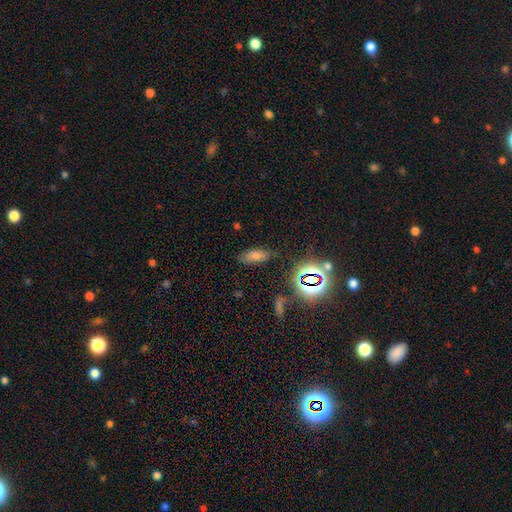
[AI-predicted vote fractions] smooth-or-featured: smooth: 50% | star or artifact: 36% | featured or disk: 14%
  how-rounded: in between: 67% | cigar-shaped: 26% | round: 7%
  merging: none: 81% | minor disturbance: 12% | major disturbance: 4% | merger: 3%